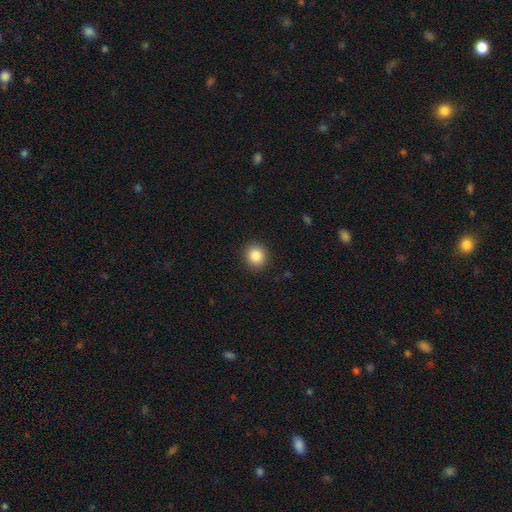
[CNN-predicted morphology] Smooth or featured? Predicted: smooth (p=0.86). How rounded? Predicted: round (p=0.83). Merging? Predicted: none (p=0.91).